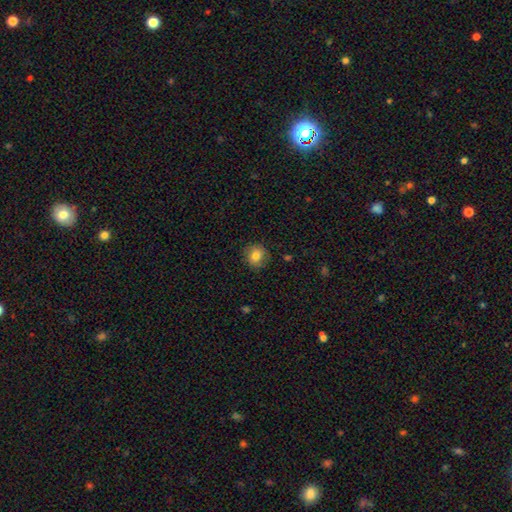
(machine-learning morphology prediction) Smooth or featured? smooth (80%)
How rounded? round (82%)
Merging? none (85%)